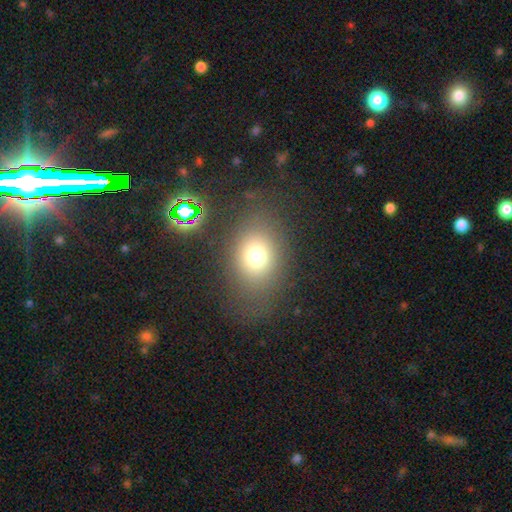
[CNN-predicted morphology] smooth-or-featured: smooth: 71% | star or artifact: 17% | featured or disk: 12%
  how-rounded: in between: 53% | round: 46% | cigar-shaped: 1%
  merging: none: 75% | minor disturbance: 13% | major disturbance: 9% | merger: 3%